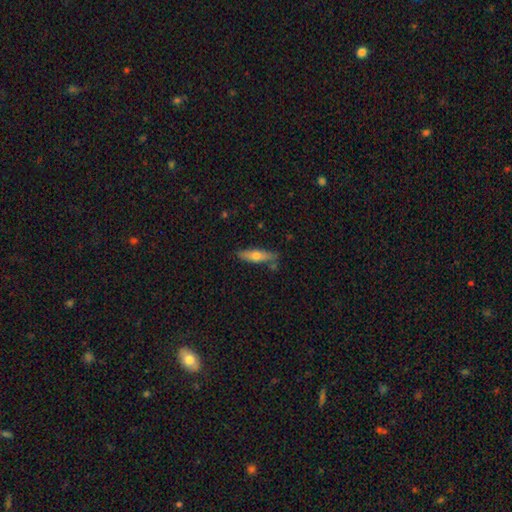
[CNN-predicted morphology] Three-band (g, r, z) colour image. It shows a smooth galaxy with no disk features (59%) that is cigar-shaped (65%). Merging: none (74%).